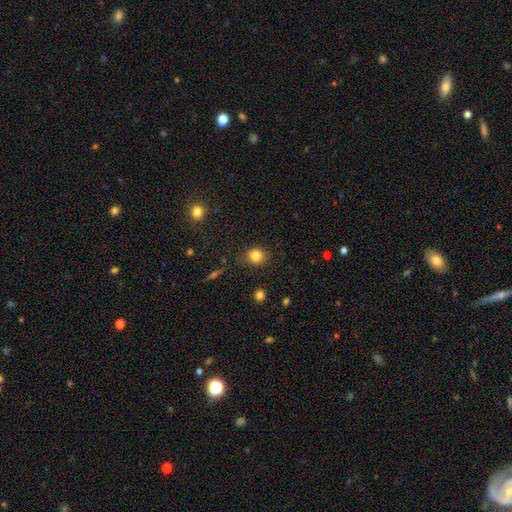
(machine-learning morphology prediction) type=smooth (82%); roundness=round (76%); merging=none (83%).